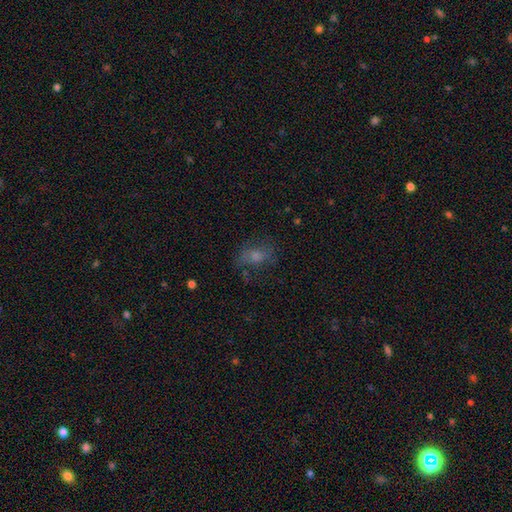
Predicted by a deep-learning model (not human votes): Smooth or featured?
  - smooth: 56% *
  - featured or disk: 25%
  - star or artifact: 18%
How rounded?
  - in between: 71% *
  - round: 26%
  - cigar-shaped: 3%
Merging?
  - none: 60% *
  - minor disturbance: 21%
  - major disturbance: 17%
  - merger: 2%